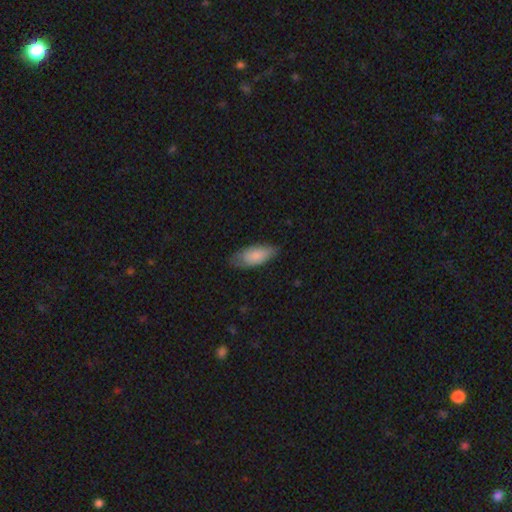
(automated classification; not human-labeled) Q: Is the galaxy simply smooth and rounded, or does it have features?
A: smooth — 80%.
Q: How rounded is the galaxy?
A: in between — 85%.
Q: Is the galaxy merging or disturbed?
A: none — 63%.